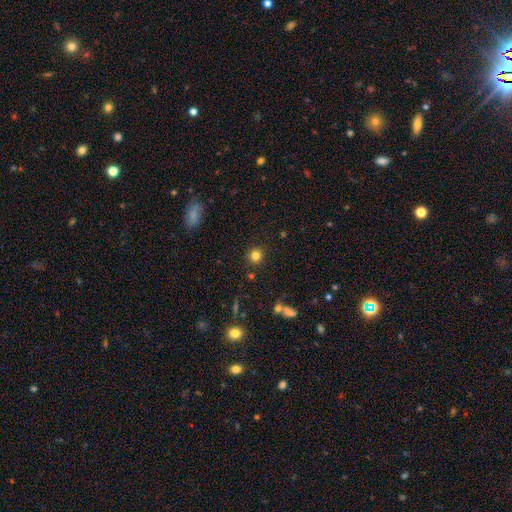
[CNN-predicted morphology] Smooth or featured? smooth (81%)
How rounded? round (89%)
Merging? none (89%)